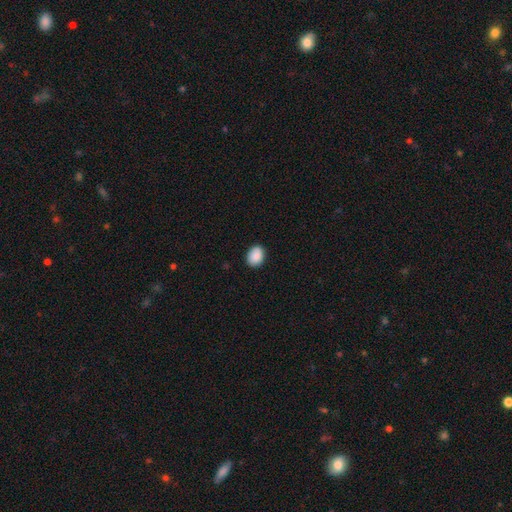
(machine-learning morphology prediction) smooth 89%, star or artifact 7%, featured or disk 4%. Down the decision tree: how rounded — in between (64%); merging — none (87%).